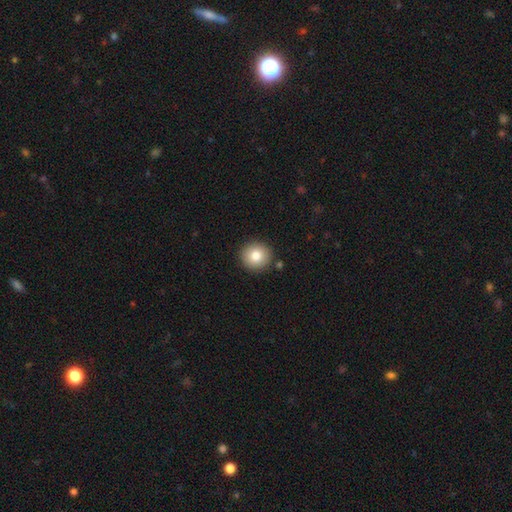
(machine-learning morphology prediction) Overall: smooth (81%). How rounded: round (93%). Merging: none (89%).